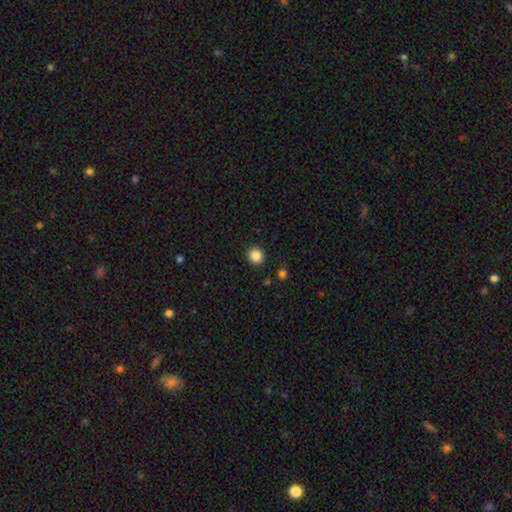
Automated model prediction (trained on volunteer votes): Smooth or featured: smooth — 86% (star or artifact — 10%)
How rounded: round — 90% (in between — 9%)
Merging: none — 91% (minor disturbance — 6%)